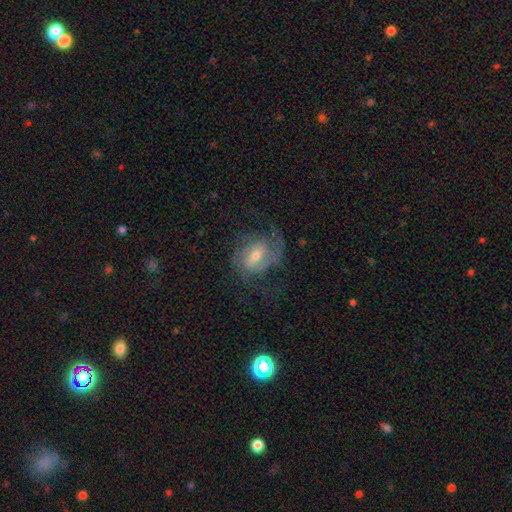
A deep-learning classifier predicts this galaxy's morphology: The model was most divided on "spiral winding": medium: 48%, tight: 31%, loose: 21%. More confident: edge-on disk — no (97%); spiral arms — yes (96%); smooth or featured — featured or disk (85%); merging — none (63%); bulge size — moderate (58%); spiral arm count — 2 (55%); bar — weak (53%).